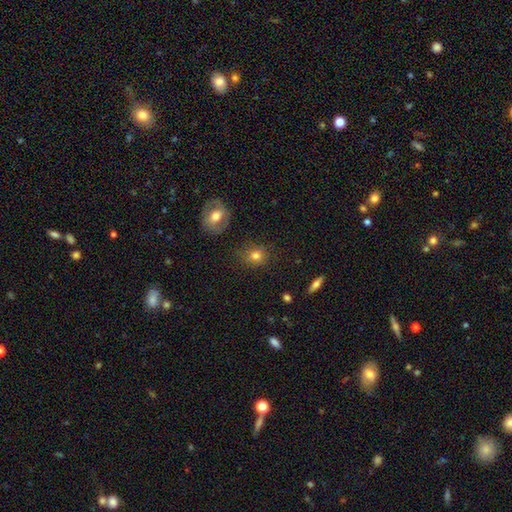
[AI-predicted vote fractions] Smooth or featured? smooth (79%)
How rounded? round (72%)
Merging? none (77%)